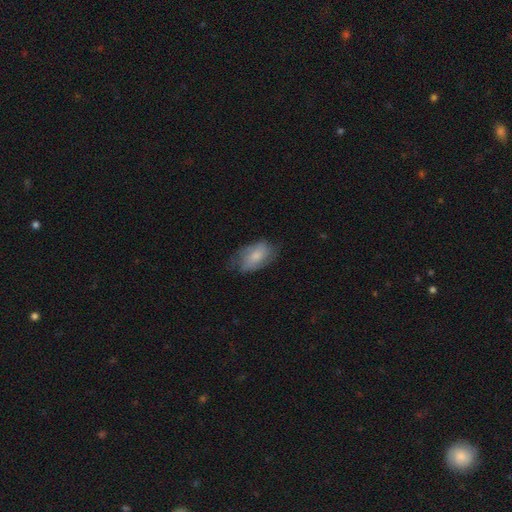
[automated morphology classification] A smooth galaxy with no disk features (62%) that is in between round and cigar-shaped (92%). Merging: none (58%).